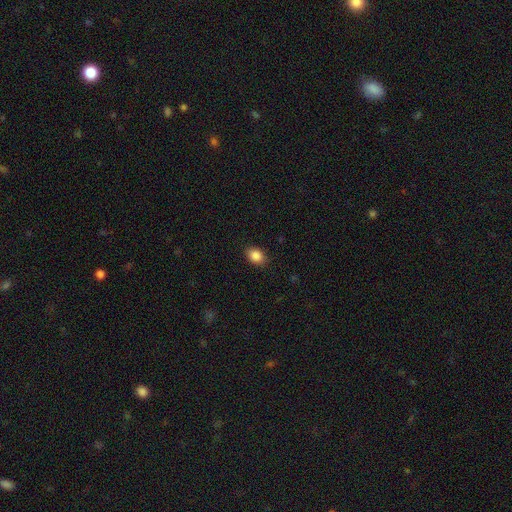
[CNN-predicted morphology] Q: Smooth or featured?
A: smooth (87%); runner-up: star or artifact (9%)
Q: How rounded?
A: in between (67%); runner-up: round (32%)
Q: Merging?
A: none (86%); runner-up: minor disturbance (10%)